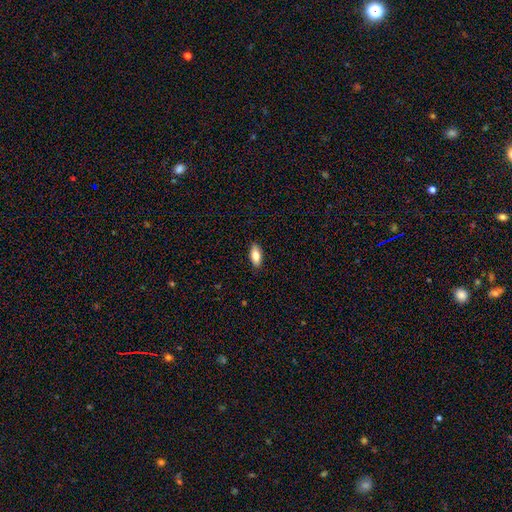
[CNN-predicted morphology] A smooth galaxy with no disk features (79%) that is in between round and cigar-shaped (85%).

Vote fractions:
- Smooth or featured? smooth: 79% / featured or disk: 14% / star or artifact: 7%
- How rounded? in between: 85% / cigar-shaped: 13% / round: 2%
- Merging? none: 89% / minor disturbance: 8% / major disturbance: 2% / merger: 1%